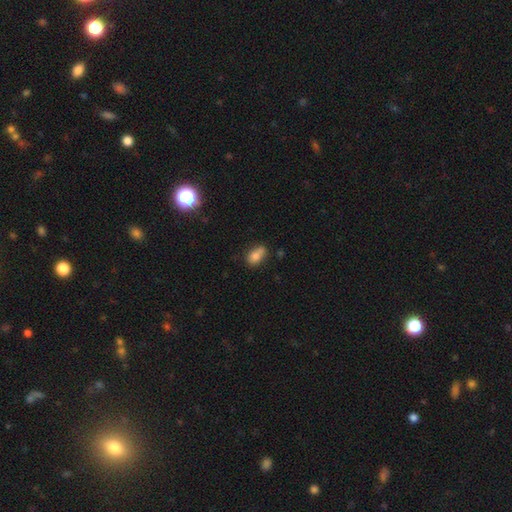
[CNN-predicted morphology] The model was most divided on "merging": none: 50%, minor disturbance: 26%, merger: 16%, major disturbance: 7%. More confident: how rounded — in between (82%); smooth or featured — smooth (77%).